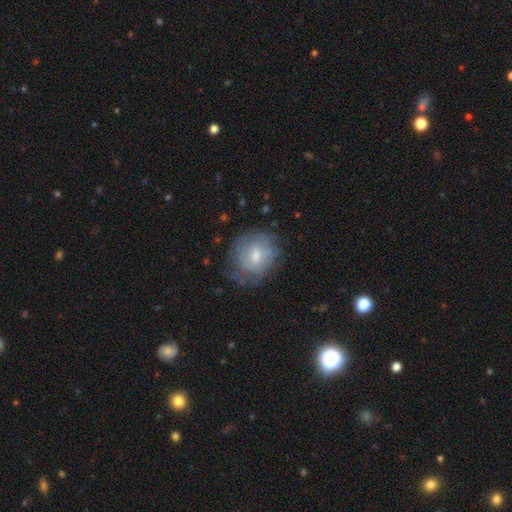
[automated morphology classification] This is possibly a smooth galaxy (50%). How rounded: likely round (70%). Merging: possibly none (58%).